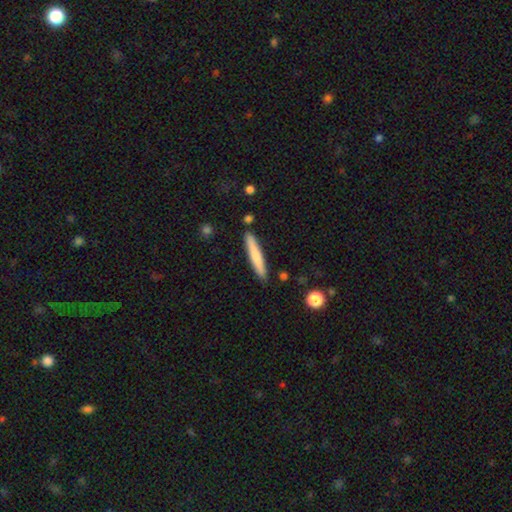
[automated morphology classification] A smooth galaxy with no disk features (73%) that is cigar-shaped (94%).

Vote fractions:
- Smooth or featured? smooth: 73% / featured or disk: 22% / star or artifact: 5%
- How rounded? cigar-shaped: 94% / in between: 5% / round: 1%
- Merging? none: 87% / minor disturbance: 9% / merger: 2% / major disturbance: 2%